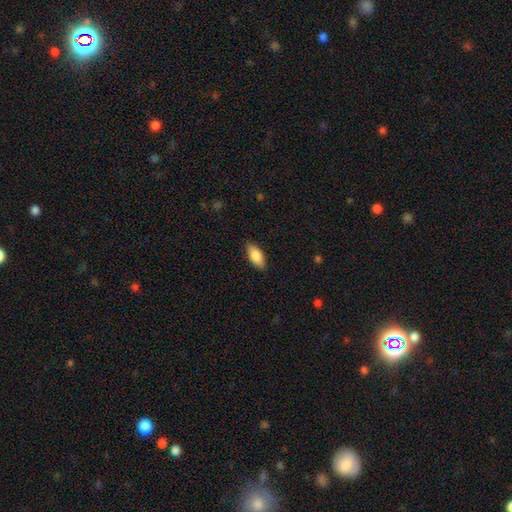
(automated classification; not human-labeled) smooth_or_featured: smooth (p=0.85) [alt: featured or disk p=0.09]
how_rounded: in between (p=0.81) [alt: cigar-shaped p=0.16]
merging: none (p=0.87) [alt: minor disturbance p=0.10]